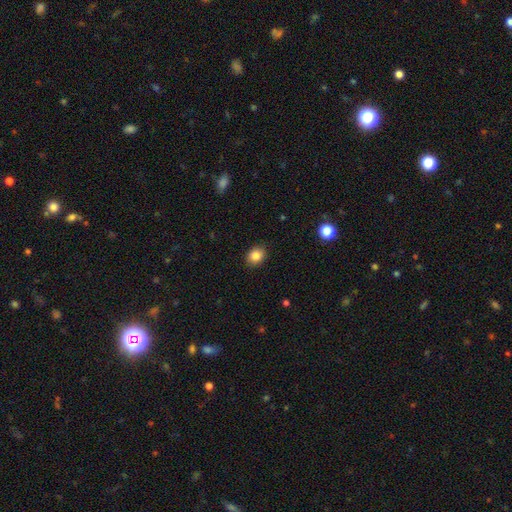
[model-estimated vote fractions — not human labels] This appears to be a smooth galaxy with no disk features (85%) that is in between round and cigar-shaped (54%). Merging: none (87%).